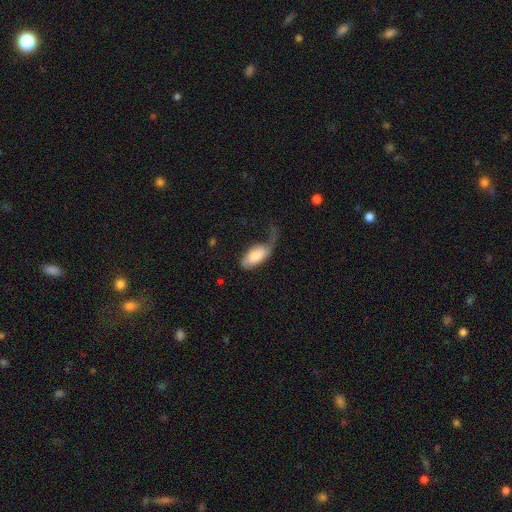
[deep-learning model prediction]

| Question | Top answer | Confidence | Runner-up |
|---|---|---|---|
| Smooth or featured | smooth | 73% | featured or disk (22%) |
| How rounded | in between | 92% | cigar-shaped (5%) |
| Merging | major disturbance | 50% | minor disturbance (26%) |